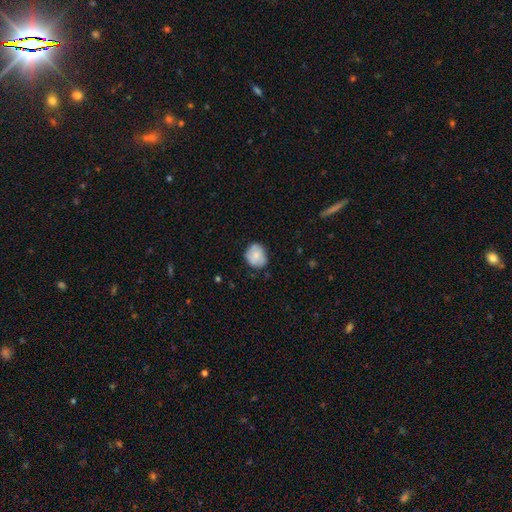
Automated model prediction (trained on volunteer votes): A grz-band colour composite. It shows a smooth galaxy with no disk features (74%) that is round (66%). Merging: none (70%).